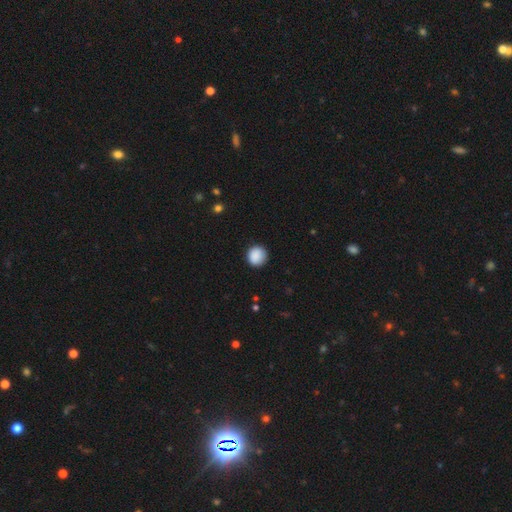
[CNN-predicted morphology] smooth_or_featured: smooth (p=0.89) [alt: star or artifact p=0.08]
how_rounded: round (p=0.92) [alt: in between p=0.07]
merging: none (p=0.89) [alt: minor disturbance p=0.08]